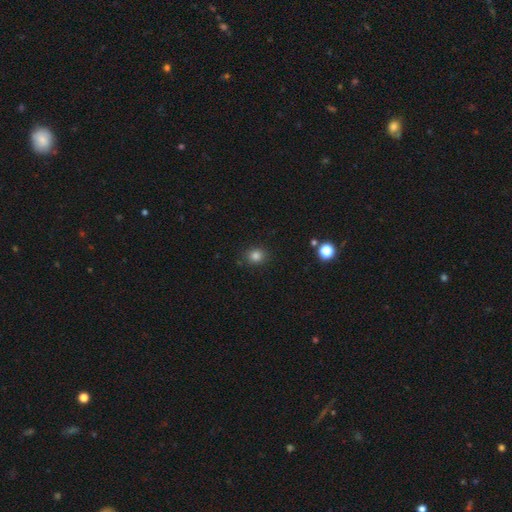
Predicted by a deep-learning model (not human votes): Smooth or featured? smooth (82%)
How rounded? round (76%)
Merging? none (87%)